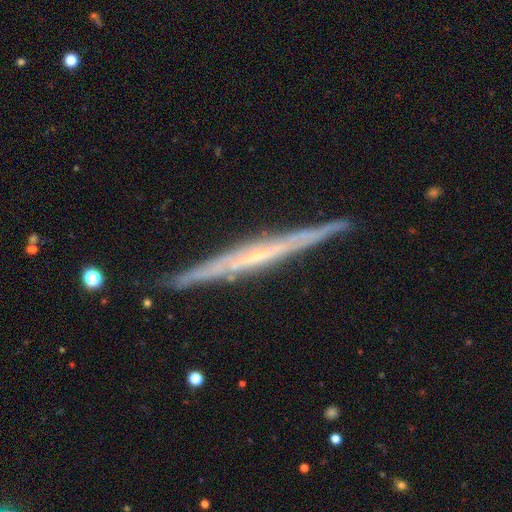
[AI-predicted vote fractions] smooth_or_featured: featured or disk (p=0.79) [alt: smooth p=0.16]
disk_edge_on: yes (p=0.97) [alt: no p=0.03]
edge_on_bulge: none (p=0.64) [alt: rounded p=0.27]
merging: none (p=0.88) [alt: minor disturbance p=0.09]